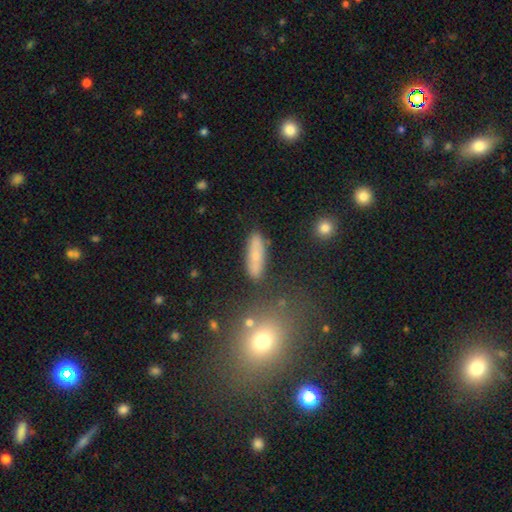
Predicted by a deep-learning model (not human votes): This appears to be a smooth galaxy with no disk features (63%) that is cigar-shaped (52%). Merging: none (79%).